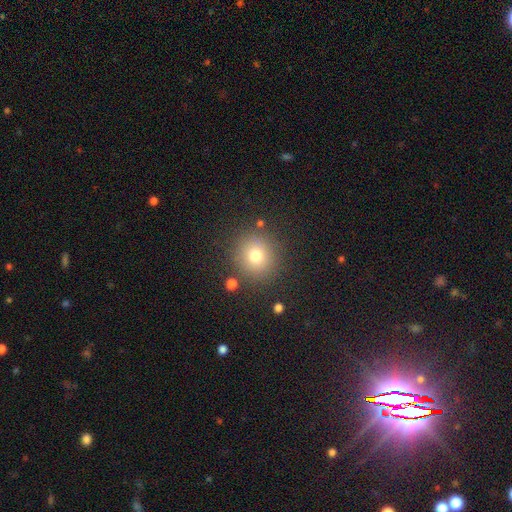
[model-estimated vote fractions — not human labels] Smooth or featured? smooth (74%)
How rounded? round (91%)
Merging? none (85%)